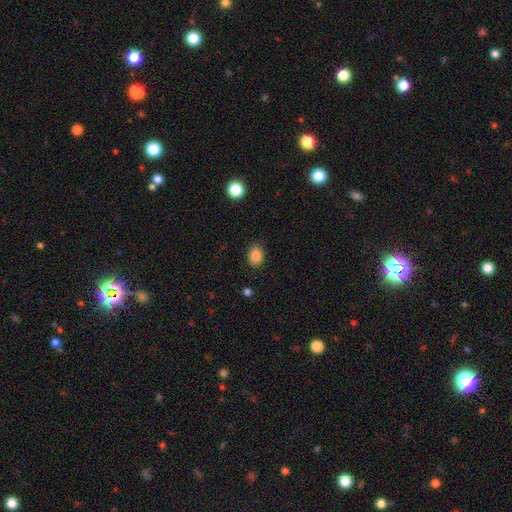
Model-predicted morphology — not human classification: The model was most divided on "how rounded": in between: 64%, round: 35%, cigar-shaped: 1%. More confident: smooth or featured — smooth (86%); merging — none (85%).